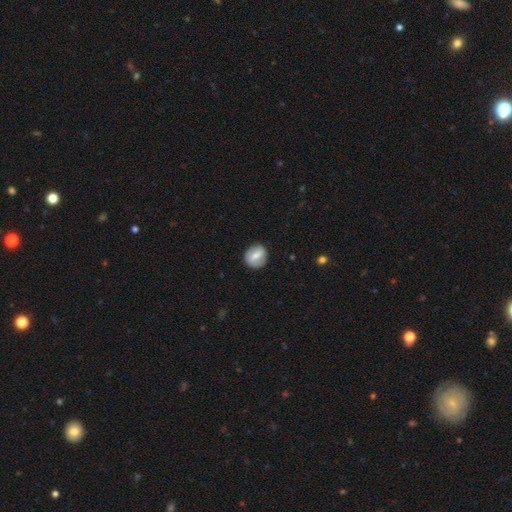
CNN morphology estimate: type=smooth (54%); roundness=round (74%); merging=none (85%).